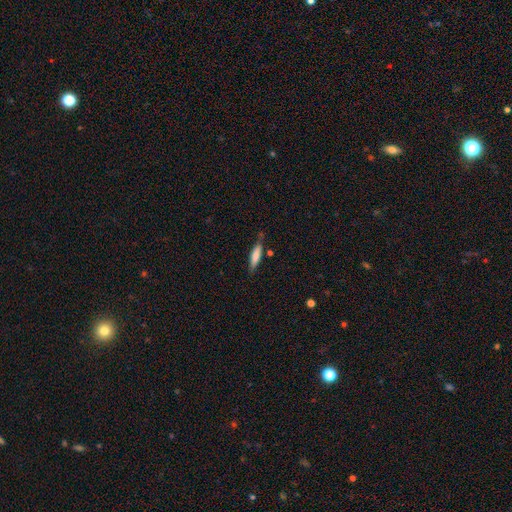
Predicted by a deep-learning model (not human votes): smooth-or-featured: smooth: 78% | featured or disk: 16% | star or artifact: 6%
  how-rounded: cigar-shaped: 75% | in between: 23% | round: 1%
  merging: none: 75% | minor disturbance: 17% | merger: 5% | major disturbance: 3%